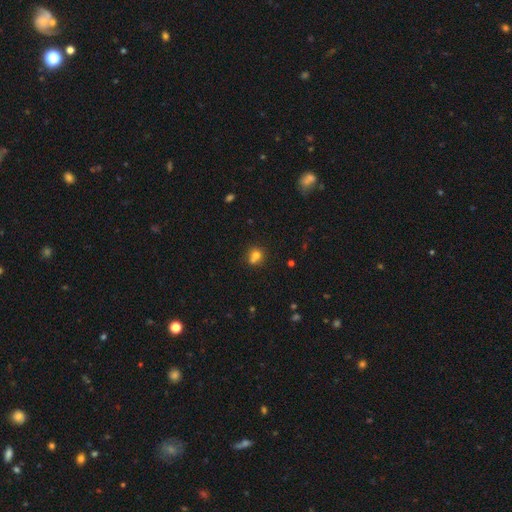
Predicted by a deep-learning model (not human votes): A smooth galaxy with no disk features (73%) that is round (79%). Merging: none (46%).